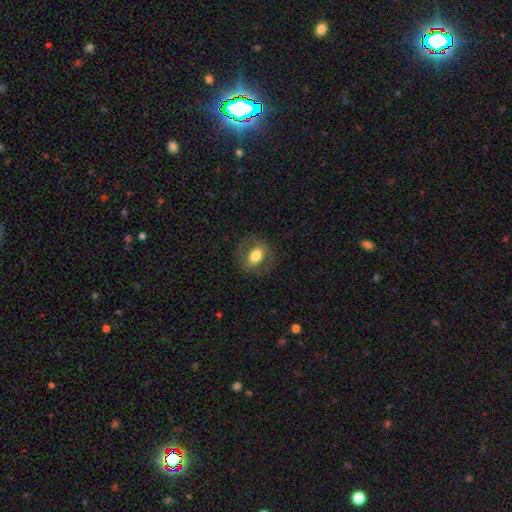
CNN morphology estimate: Overall: smooth (66%; featured or disk 26%). How rounded: in between (63%; round 36%). Merging: none (79%).